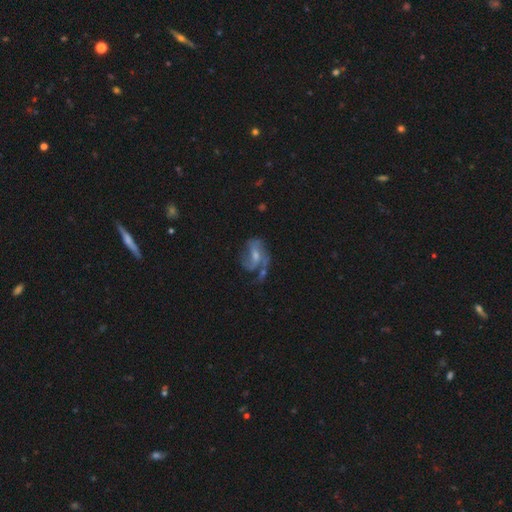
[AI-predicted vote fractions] smooth-or-featured: featured or disk: 72% | smooth: 20% | star or artifact: 8%
  disk-edge-on: no: 97% | yes: 3%
    bar: weak: 48% | no: 36% | strong: 16%
    has-spiral-arms: yes: 83% | no: 17%
      spiral-winding: medium: 44% | loose: 37% | tight: 19%
      spiral-arm-count: 2: 45% | can't tell: 18% | 1: 18% | 3: 13% | 4: 3% | more than 4: 3%
    bulge-size: moderate: 44% | small: 43% | none: 8% | large: 4% | dominant: 1%
  merging: none: 36% | major disturbance: 30% | minor disturbance: 21% | merger: 13%